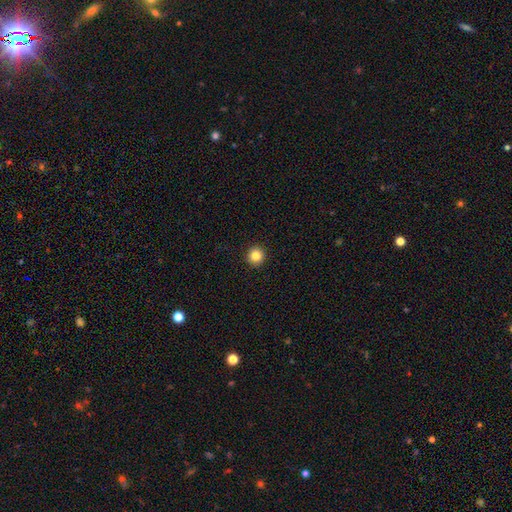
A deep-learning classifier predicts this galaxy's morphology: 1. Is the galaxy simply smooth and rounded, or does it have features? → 85% smooth, 10% star or artifact, 5% featured or disk.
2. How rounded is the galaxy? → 95% round, 4% in between, 1% cigar-shaped.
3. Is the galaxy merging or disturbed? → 94% none, 4% minor disturbance, 1% major disturbance, 1% merger.